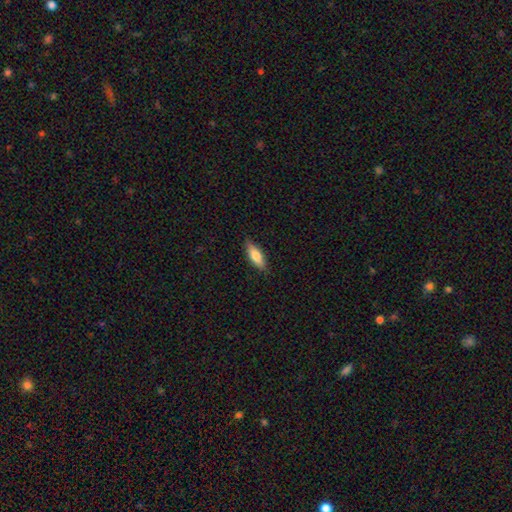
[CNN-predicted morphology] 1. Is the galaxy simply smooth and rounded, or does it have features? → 71% smooth, 23% featured or disk, 6% star or artifact.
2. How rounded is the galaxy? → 57% in between, 41% cigar-shaped, 2% round.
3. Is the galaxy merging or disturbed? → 86% none, 11% minor disturbance, 2% major disturbance, 1% merger.